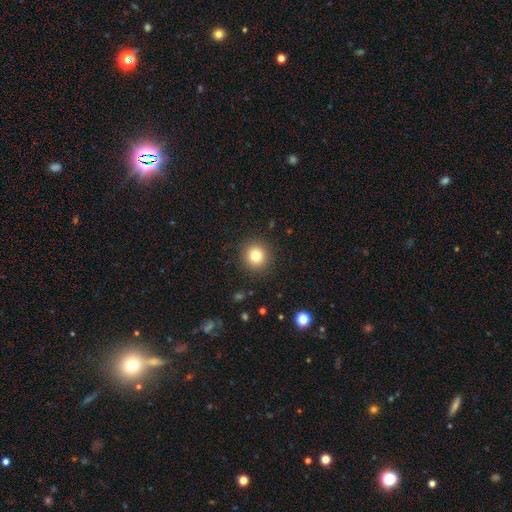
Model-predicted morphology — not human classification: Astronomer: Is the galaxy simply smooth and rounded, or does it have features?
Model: smooth — 82%.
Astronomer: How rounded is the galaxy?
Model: round — 92%.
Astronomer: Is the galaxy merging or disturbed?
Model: none — 90%.